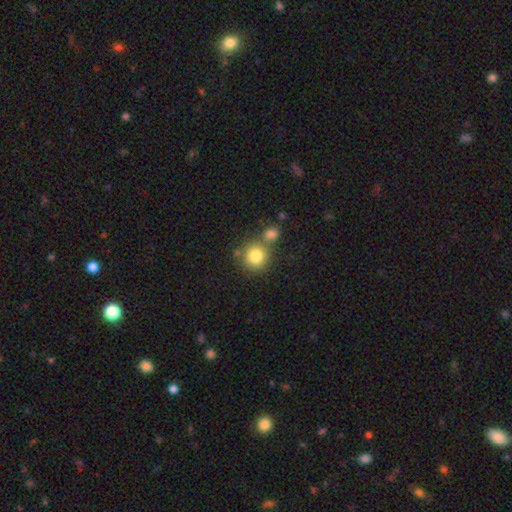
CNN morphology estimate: smooth 81%, star or artifact 10%, featured or disk 9%. Down the decision tree: how rounded — round (90%); merging — none (61%).